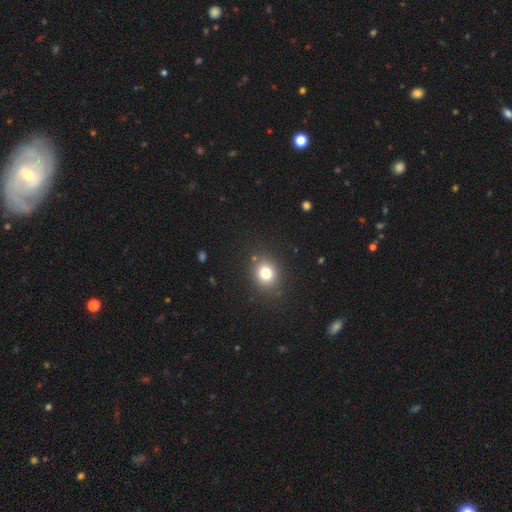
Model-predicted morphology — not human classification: type=smooth (61%); roundness=round (57%); merging=none (90%).